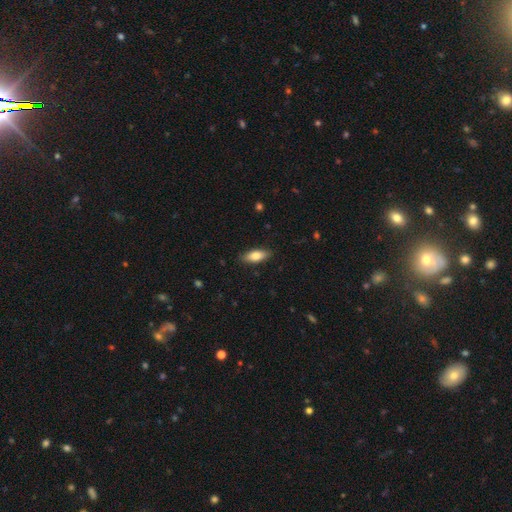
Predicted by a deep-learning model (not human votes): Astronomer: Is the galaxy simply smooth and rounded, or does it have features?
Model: smooth — 81%.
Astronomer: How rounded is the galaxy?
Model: in between — 78%.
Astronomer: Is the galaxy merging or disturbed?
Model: none — 87%.